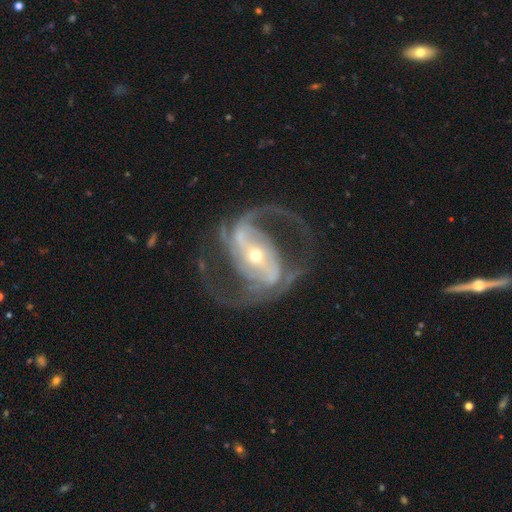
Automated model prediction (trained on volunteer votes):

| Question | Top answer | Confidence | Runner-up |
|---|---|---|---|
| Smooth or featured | featured or disk | 91% | star or artifact (5%) |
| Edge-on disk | no | 97% | yes (3%) |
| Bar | strong | 55% | weak (28%) |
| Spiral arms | yes | 96% | no (4%) |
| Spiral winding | medium | 55% | loose (28%) |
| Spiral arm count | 2 | 76% | 3 (10%) |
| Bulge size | small | 59% | moderate (36%) |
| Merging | none | 66% | major disturbance (18%) |